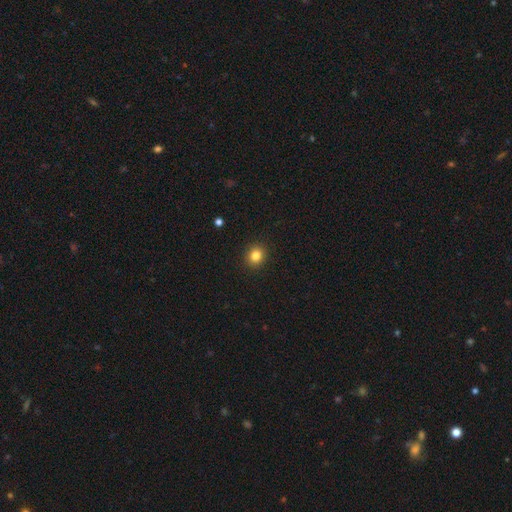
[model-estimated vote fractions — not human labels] Morphology: type=smooth (83%); roundness=round (80%); merging=none (92%).